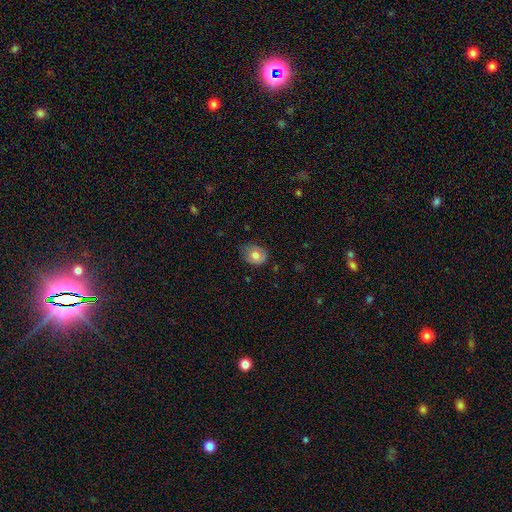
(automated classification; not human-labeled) This appears to be a smooth galaxy with no disk features (76%) that is round (55%). Merging: none (63%).